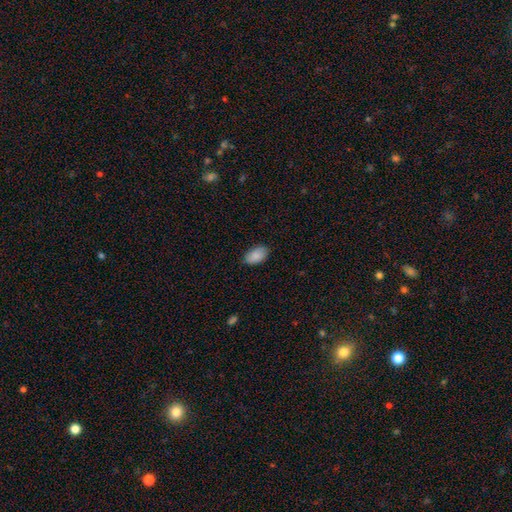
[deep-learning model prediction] smooth_or_featured: smooth (p=0.89) [alt: star or artifact p=0.07]
how_rounded: in between (p=0.94) [alt: round p=0.05]
merging: none (p=0.85) [alt: minor disturbance p=0.11]